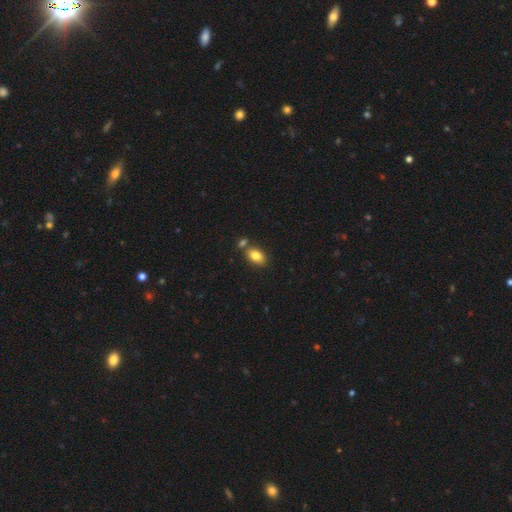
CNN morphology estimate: type=smooth (82%); roundness=in between (87%); merging=none (66%).